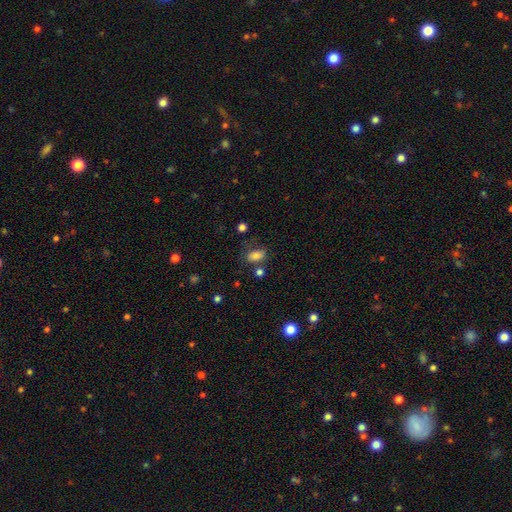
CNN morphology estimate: A smooth galaxy with no disk features (80%) that is in between round and cigar-shaped (87%). Merging: none (62%).